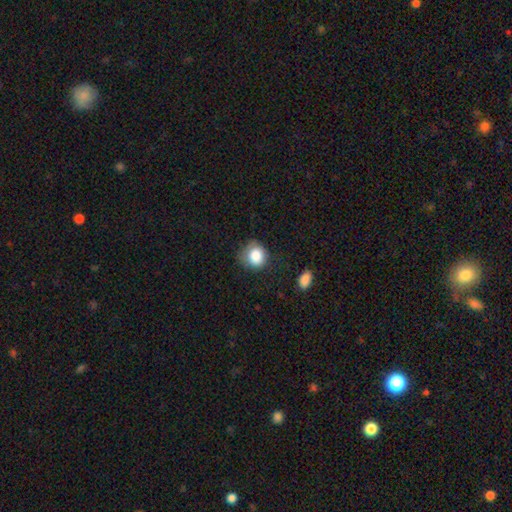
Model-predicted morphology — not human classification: Smooth or featured?
  - smooth: 84% *
  - star or artifact: 9%
  - featured or disk: 7%
How rounded?
  - round: 76% *
  - in between: 23%
  - cigar-shaped: 1%
Merging?
  - none: 57% *
  - minor disturbance: 30%
  - major disturbance: 11%
  - merger: 2%